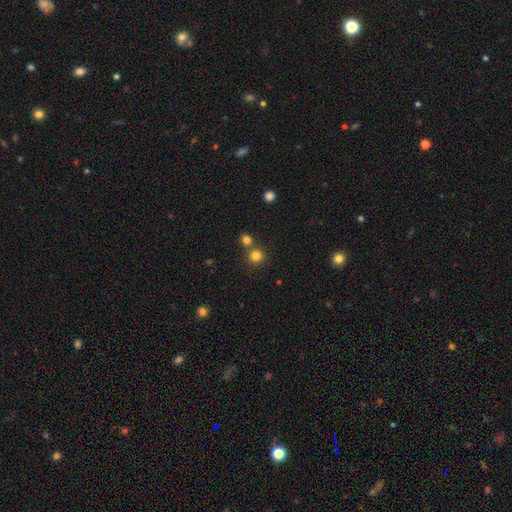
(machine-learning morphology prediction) A smooth galaxy with no disk features (80%) that is round (92%). Merging: none (67%).